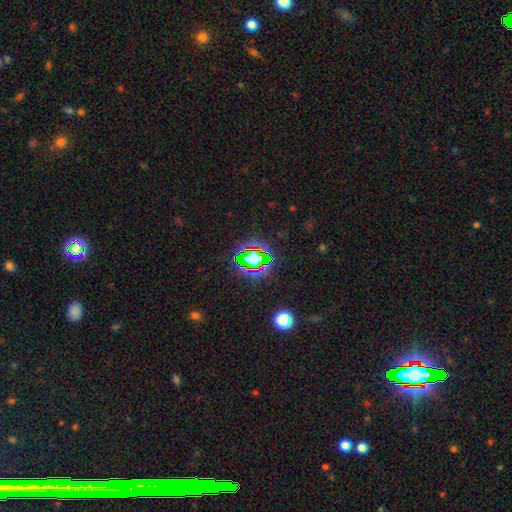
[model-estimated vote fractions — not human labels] Smooth or featured? Predicted: star or artifact (p=0.70).